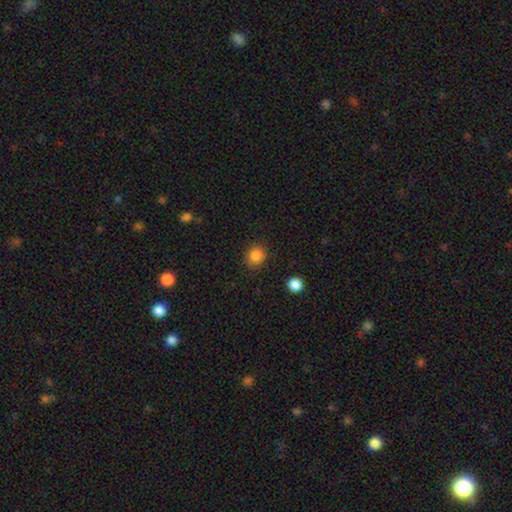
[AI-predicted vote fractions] This appears to be a smooth galaxy with no disk features (85%) that is round (78%). Merging: none (85%).